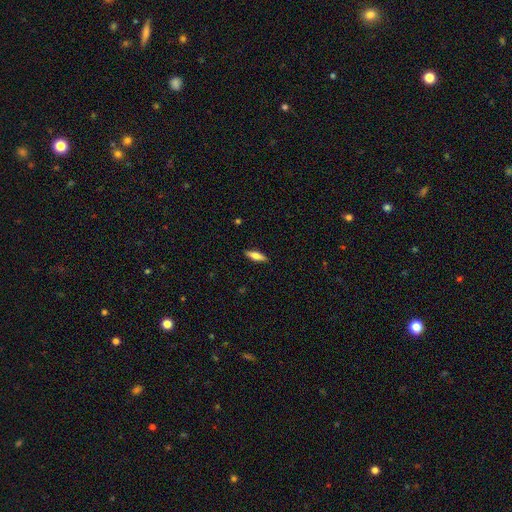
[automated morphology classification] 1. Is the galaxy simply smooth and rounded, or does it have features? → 62% smooth, 32% featured or disk, 6% star or artifact.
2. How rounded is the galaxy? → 56% cigar-shaped, 42% in between, 2% round.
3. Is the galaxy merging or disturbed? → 89% none, 8% minor disturbance, 2% major disturbance, 1% merger.